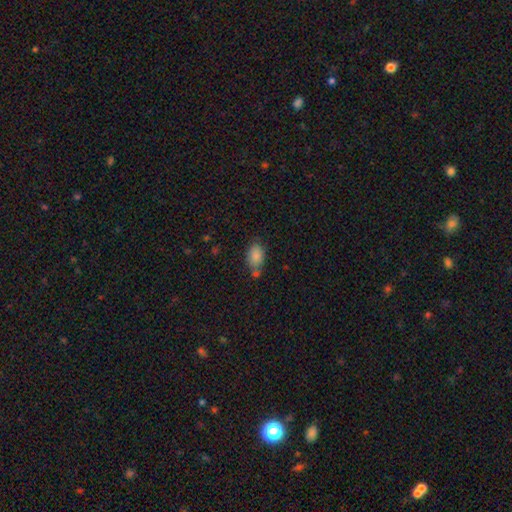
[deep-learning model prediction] A smooth galaxy with no disk features (85%) that is in between round and cigar-shaped (88%).

Vote fractions:
- Smooth or featured? smooth: 85% / star or artifact: 9% / featured or disk: 7%
- How rounded? in between: 88% / round: 10% / cigar-shaped: 2%
- Merging? none: 55% / minor disturbance: 21% / merger: 19% / major disturbance: 6%